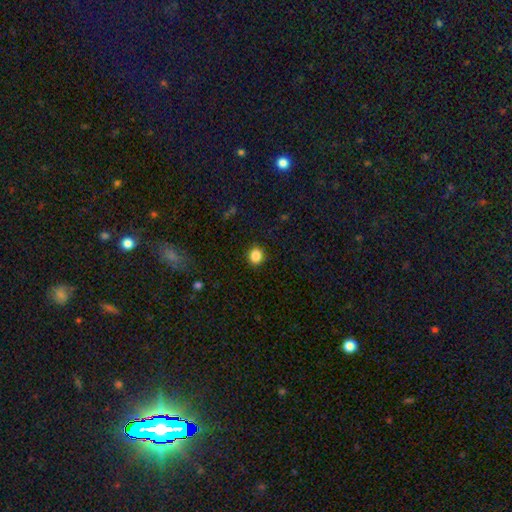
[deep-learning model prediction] Smooth or featured: smooth — 86% (star or artifact — 11%)
How rounded: round — 82% (in between — 17%)
Merging: none — 91% (minor disturbance — 6%)